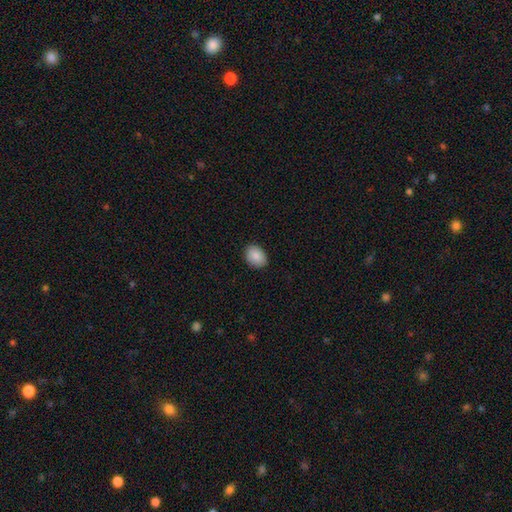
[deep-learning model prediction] smooth-or-featured: smooth: 87% | star or artifact: 7% | featured or disk: 5%
  how-rounded: in between: 68% | round: 31% | cigar-shaped: 1%
  merging: none: 89% | minor disturbance: 8% | major disturbance: 2% | merger: 1%